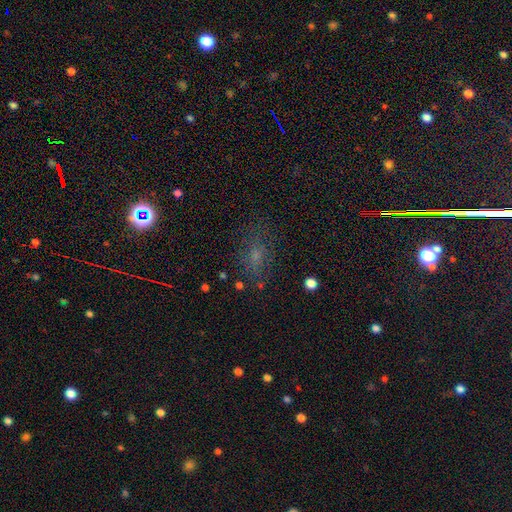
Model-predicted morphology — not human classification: Smooth or featured? smooth (47%)
Merging? none (67%)